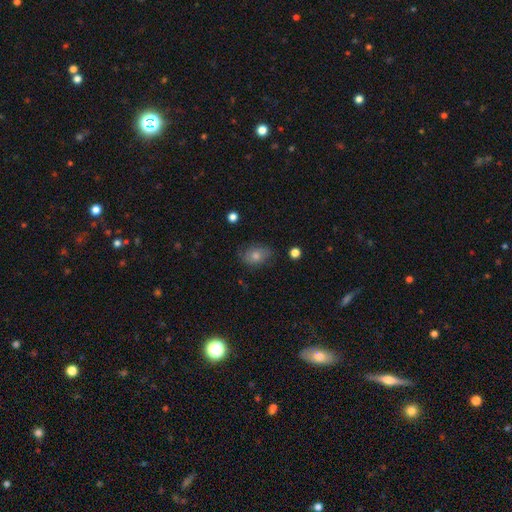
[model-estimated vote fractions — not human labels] Smooth or featured: smooth — 59% (featured or disk — 23%)
How rounded: in between — 71% (round — 27%)
Merging: none — 75% (minor disturbance — 19%)